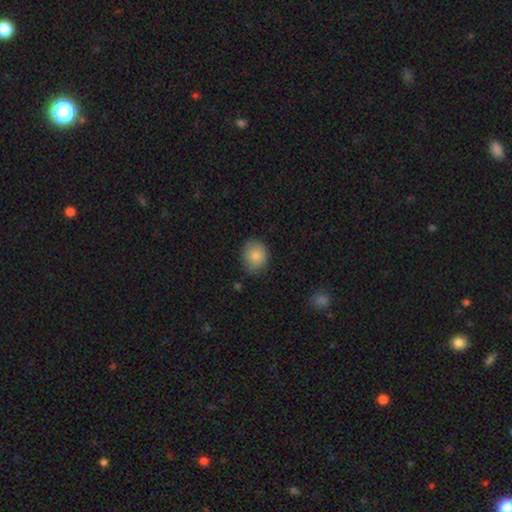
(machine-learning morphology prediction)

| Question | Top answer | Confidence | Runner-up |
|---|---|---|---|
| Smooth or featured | smooth | 86% | star or artifact (8%) |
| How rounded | round | 68% | in between (31%) |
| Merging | none | 79% | minor disturbance (17%) |